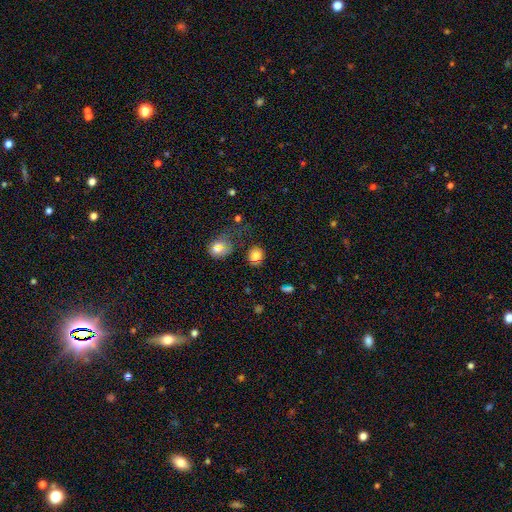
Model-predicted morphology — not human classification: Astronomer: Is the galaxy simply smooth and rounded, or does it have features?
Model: smooth — 80%.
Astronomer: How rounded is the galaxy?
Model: round — 81%.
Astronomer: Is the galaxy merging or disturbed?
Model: none — 75%.